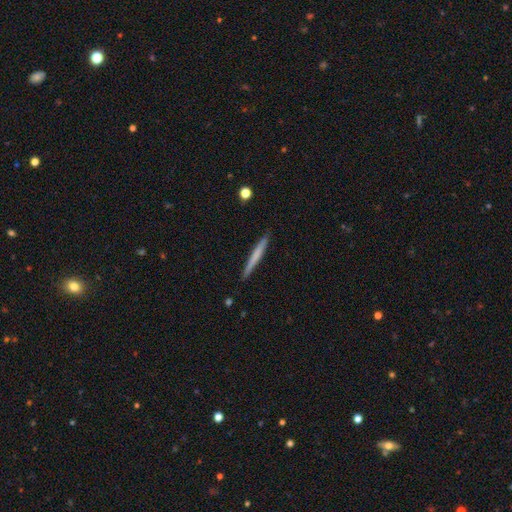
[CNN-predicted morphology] This appears to be a smooth galaxy with no disk features (61%) that is cigar-shaped (97%). Merging: none (91%).